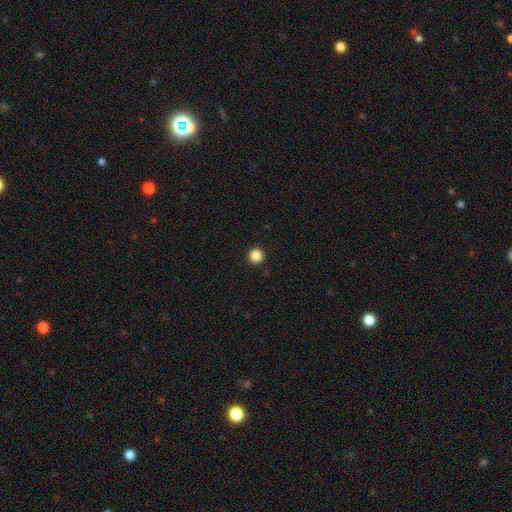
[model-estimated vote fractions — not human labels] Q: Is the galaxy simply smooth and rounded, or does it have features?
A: smooth — 86%.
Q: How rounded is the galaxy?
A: round — 96%.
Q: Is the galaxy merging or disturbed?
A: none — 94%.